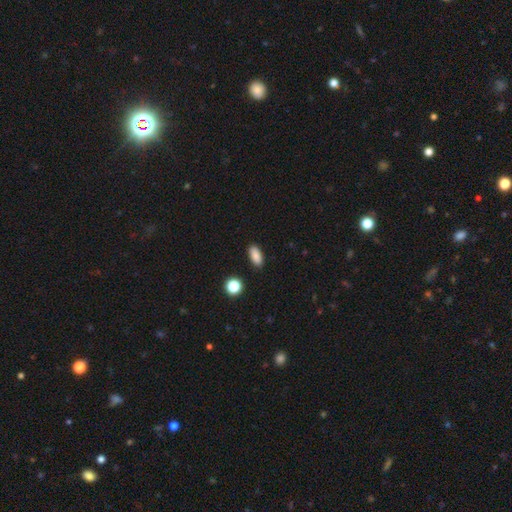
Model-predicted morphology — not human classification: Smooth or featured? smooth (87%)
How rounded? in between (85%)
Merging? none (88%)